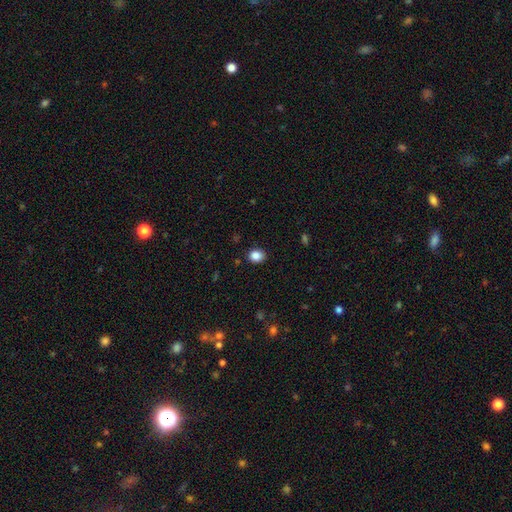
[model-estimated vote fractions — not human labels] This is clearly a smooth galaxy (86%). How rounded: possibly round (58%). Merging: clearly none (90%).